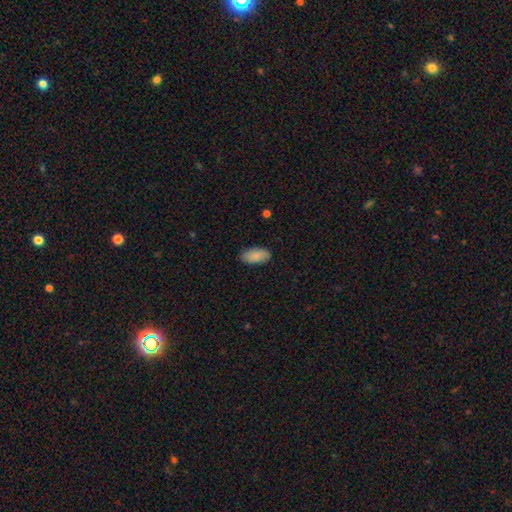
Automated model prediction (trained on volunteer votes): Morphology: type=smooth (87%); roundness=in between (94%); merging=none (86%).